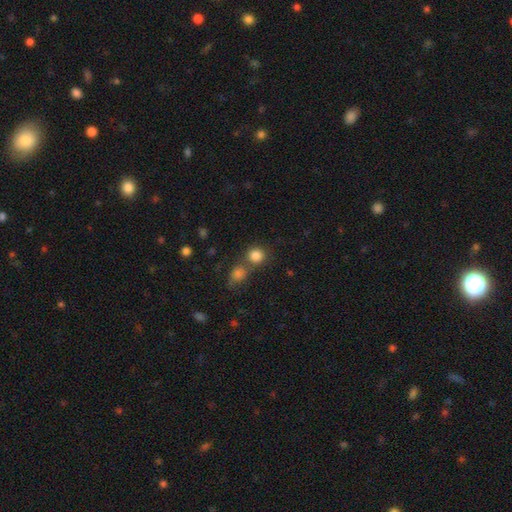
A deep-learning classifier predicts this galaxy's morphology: Q: Smooth or featured?
A: smooth (84%); runner-up: star or artifact (11%)
Q: How rounded?
A: round (87%); runner-up: in between (12%)
Q: Merging?
A: none (59%); runner-up: merger (29%)